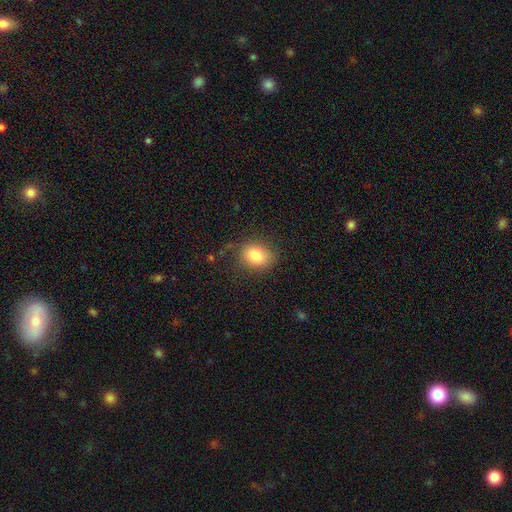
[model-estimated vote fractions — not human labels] Overall: smooth (83%). How rounded: in between (58%; round 41%). Merging: none (79%).